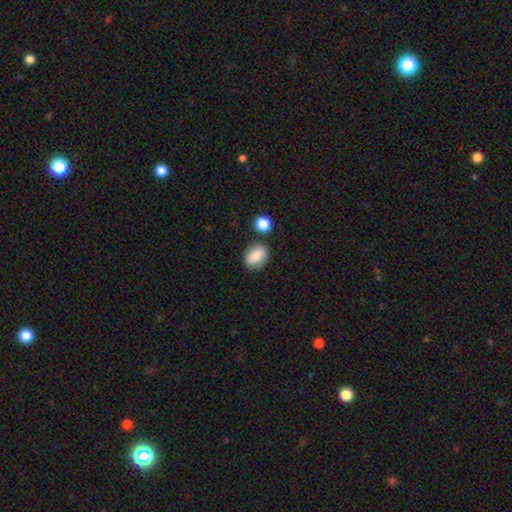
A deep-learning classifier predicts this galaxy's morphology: This appears to be a smooth galaxy with no disk features (82%) that is in between round and cigar-shaped (72%). Merging: none (76%).